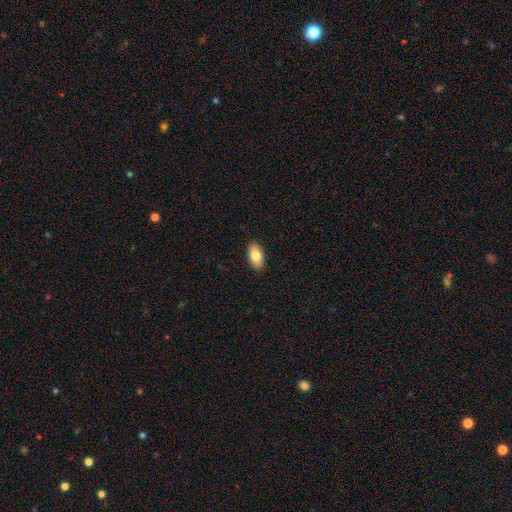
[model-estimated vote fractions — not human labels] smooth-or-featured: smooth: 80% | featured or disk: 13% | star or artifact: 7%
  how-rounded: in between: 93% | round: 4% | cigar-shaped: 3%
  merging: none: 89% | minor disturbance: 8% | major disturbance: 2% | merger: 1%